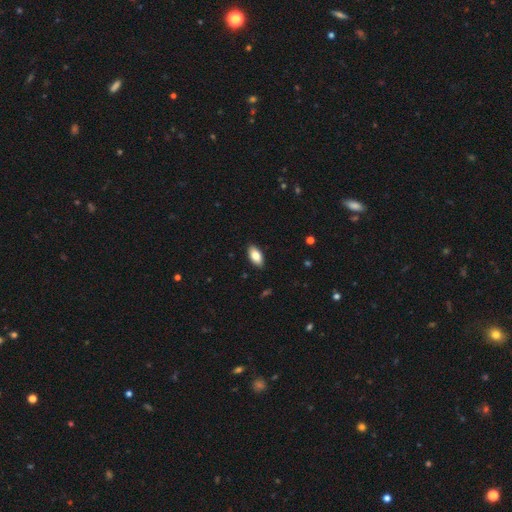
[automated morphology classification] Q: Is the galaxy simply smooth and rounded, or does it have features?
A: smooth — 83%.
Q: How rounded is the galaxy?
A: in between — 93%.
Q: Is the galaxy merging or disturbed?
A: none — 89%.